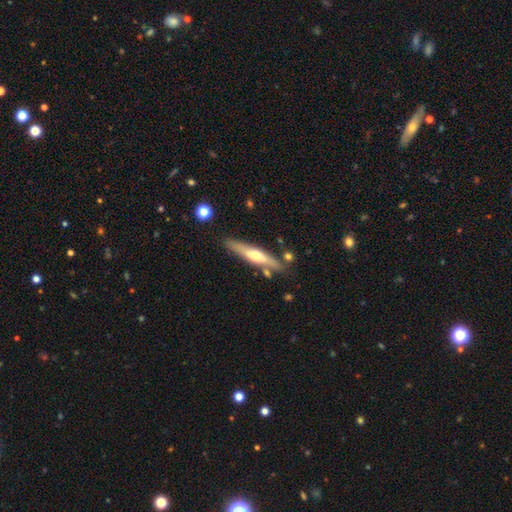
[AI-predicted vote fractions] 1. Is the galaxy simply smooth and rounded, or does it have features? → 58% featured or disk, 36% smooth, 6% star or artifact.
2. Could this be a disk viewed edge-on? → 91% yes, 9% no.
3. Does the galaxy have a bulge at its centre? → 87% rounded, 9% none, 4% boxy.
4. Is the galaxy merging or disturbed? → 80% none, 12% minor disturbance, 6% merger, 2% major disturbance.